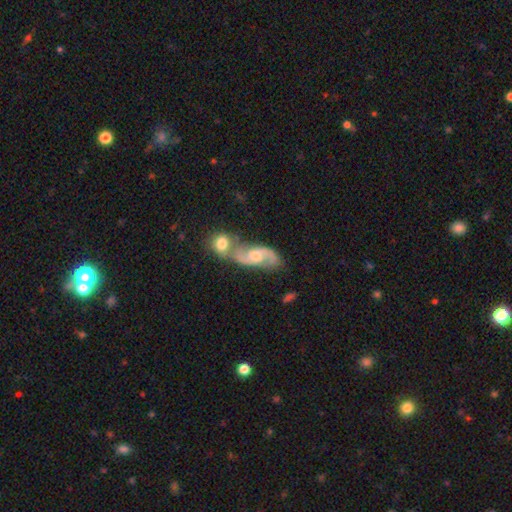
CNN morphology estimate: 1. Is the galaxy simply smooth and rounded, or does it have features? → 80% featured or disk, 14% smooth, 6% star or artifact.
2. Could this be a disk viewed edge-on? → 95% no, 5% yes.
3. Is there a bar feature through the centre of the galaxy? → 54% no, 37% weak, 9% strong.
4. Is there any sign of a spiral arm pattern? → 94% yes, 6% no.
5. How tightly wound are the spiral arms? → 45% loose, 43% medium, 12% tight.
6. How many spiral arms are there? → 91% 2, 4% can't tell, 2% 1, 1% 3, 1% 4, 1% more than 4.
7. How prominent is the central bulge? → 62% moderate, 29% small, 6% large, 2% none, 1% dominant.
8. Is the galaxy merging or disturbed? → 42% merger, 39% none, 13% minor disturbance, 6% major disturbance.